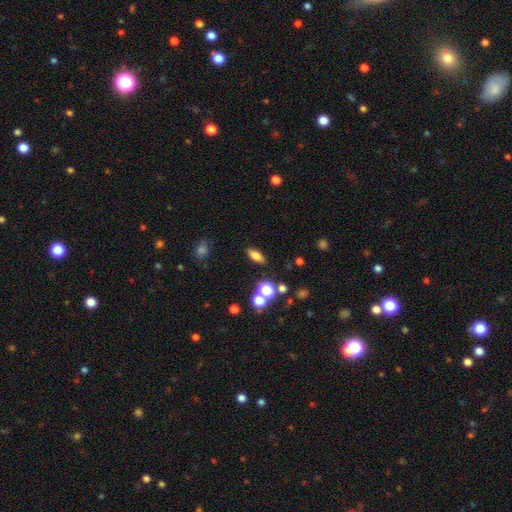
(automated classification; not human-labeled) Smooth or featured: smooth — 73% (featured or disk — 13%)
How rounded: in between — 72% (cigar-shaped — 19%)
Merging: none — 85% (minor disturbance — 9%)